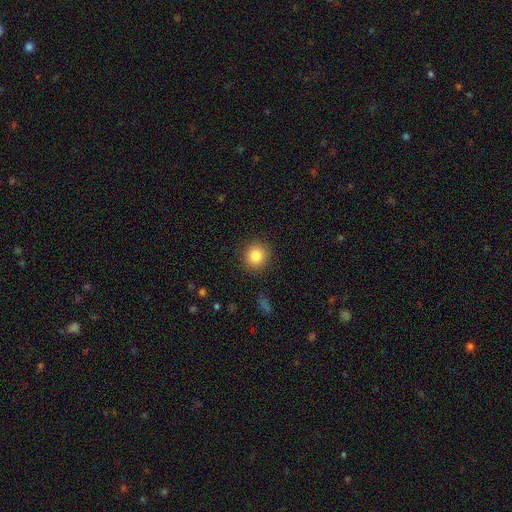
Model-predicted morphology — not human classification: smooth-or-featured: smooth: 85% | star or artifact: 9% | featured or disk: 5%
  how-rounded: round: 90% | in between: 9% | cigar-shaped: 1%
  merging: none: 89% | minor disturbance: 7% | major disturbance: 3% | merger: 1%